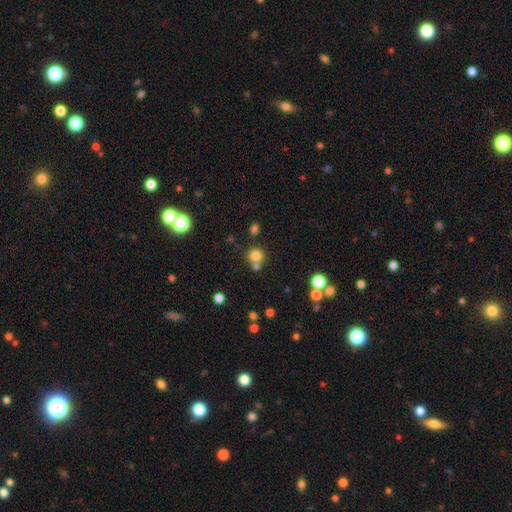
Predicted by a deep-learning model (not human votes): A smooth galaxy with no disk features (78%) that is round (89%). Merging: none (65%).